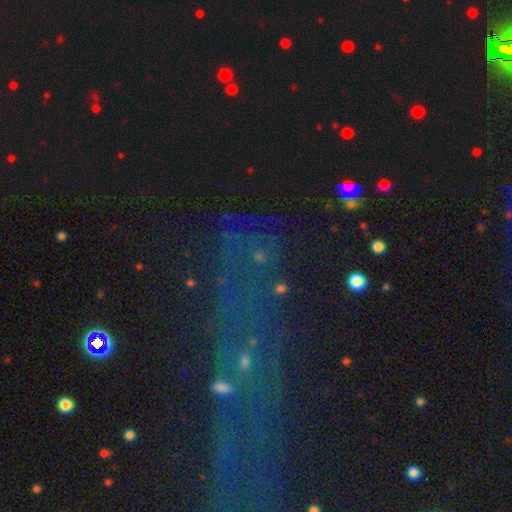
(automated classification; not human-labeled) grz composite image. It shows a star or artifact, not a galaxy (58%).